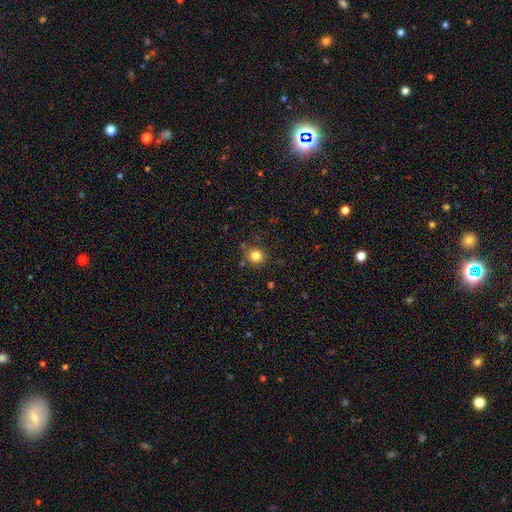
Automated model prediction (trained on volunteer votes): The model was most divided on "merging": none: 79%, minor disturbance: 13%, merger: 4%, major disturbance: 4%. More confident: how rounded — round (86%); smooth or featured — smooth (81%).